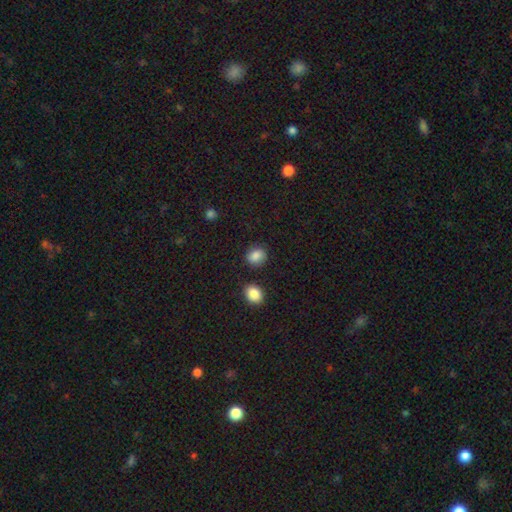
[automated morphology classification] The model was most divided on "how rounded": round: 63%, in between: 36%, cigar-shaped: 1%. More confident: smooth or featured — smooth (86%); merging — none (83%).